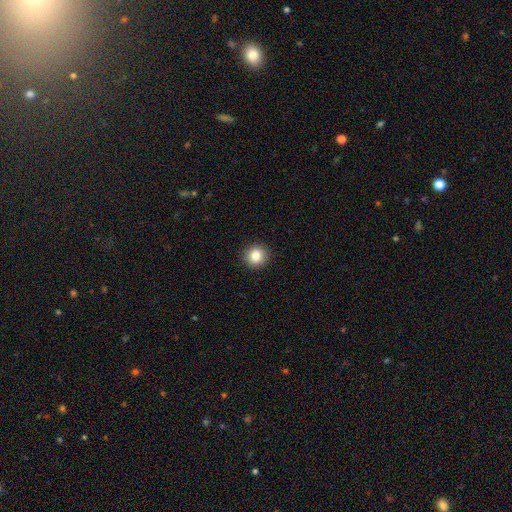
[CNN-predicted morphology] smooth 84%, star or artifact 10%, featured or disk 6%. Down the decision tree: how rounded — round (90%); merging — none (92%).